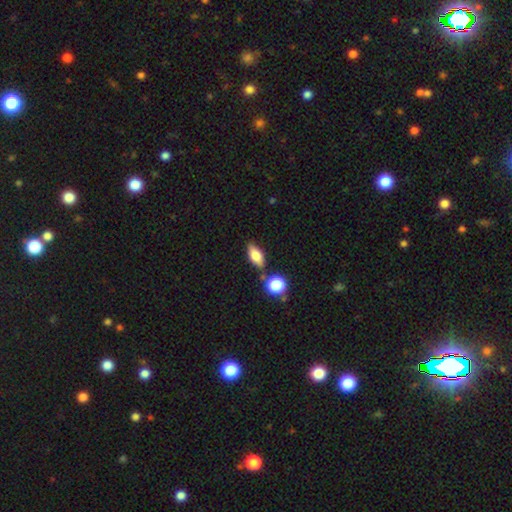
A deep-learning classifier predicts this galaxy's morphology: smooth_or_featured: smooth (p=0.70) [alt: featured or disk p=0.21]
how_rounded: in between (p=0.77) [alt: cigar-shaped p=0.14]
merging: none (p=0.74) [alt: minor disturbance p=0.13]